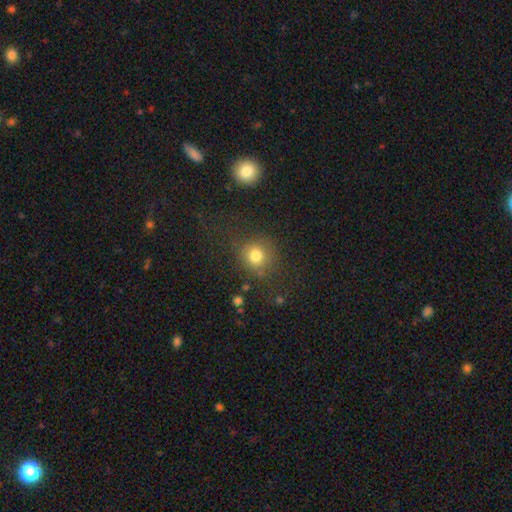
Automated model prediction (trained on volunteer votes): Smooth or featured?
  - smooth: 77% *
  - star or artifact: 15%
  - featured or disk: 8%
How rounded?
  - round: 84% *
  - in between: 14%
  - cigar-shaped: 1%
Merging?
  - none: 74% *
  - minor disturbance: 13%
  - major disturbance: 8%
  - merger: 5%